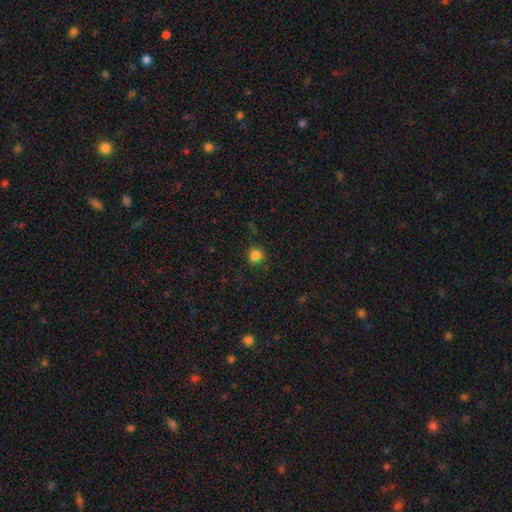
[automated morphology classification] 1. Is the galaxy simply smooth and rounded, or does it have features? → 82% smooth, 13% star or artifact, 5% featured or disk.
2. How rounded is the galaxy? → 90% round, 9% in between, 1% cigar-shaped.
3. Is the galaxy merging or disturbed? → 84% none, 11% minor disturbance, 3% major disturbance, 2% merger.